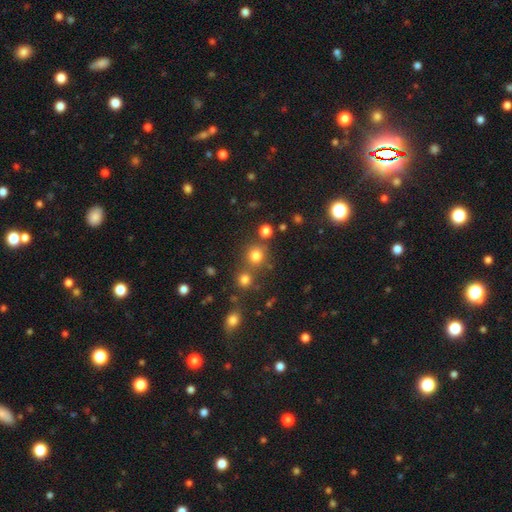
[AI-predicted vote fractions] This appears to be a smooth galaxy with no disk features (77%) that is round (88%). Merging: none (70%).